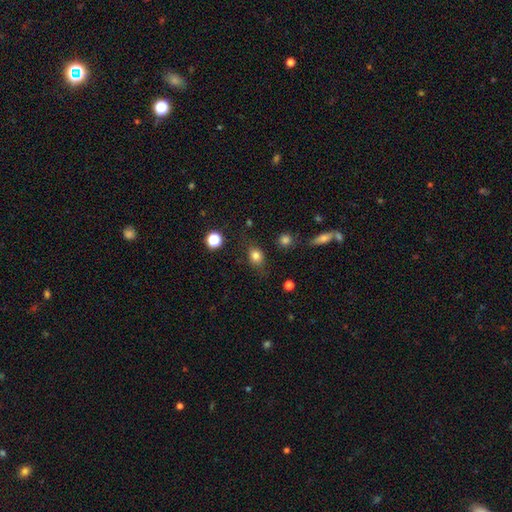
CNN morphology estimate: type=smooth (79%); roundness=in between (52%); merging=none (72%).